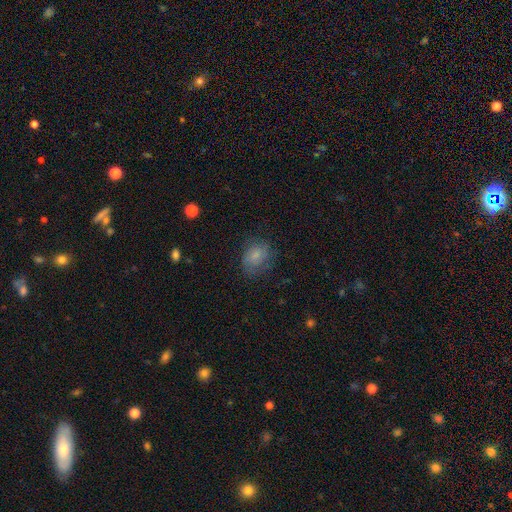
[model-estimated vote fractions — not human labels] This appears to be a smooth galaxy with no disk features (74%) that is in between round and cigar-shaped (51%). Merging: none (65%).